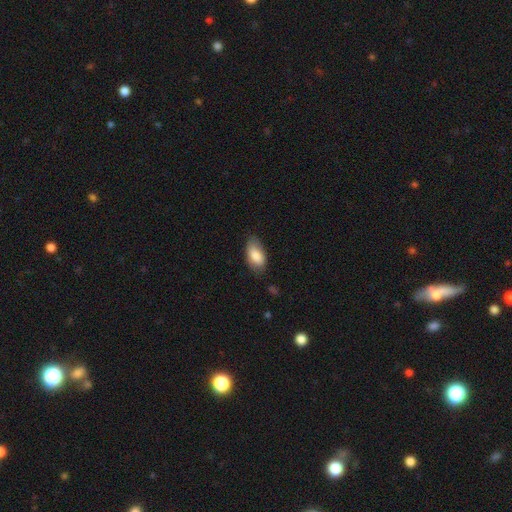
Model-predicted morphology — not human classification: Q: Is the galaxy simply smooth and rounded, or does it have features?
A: smooth — 81%.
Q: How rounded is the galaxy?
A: in between — 93%.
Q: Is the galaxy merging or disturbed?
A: none — 71%.